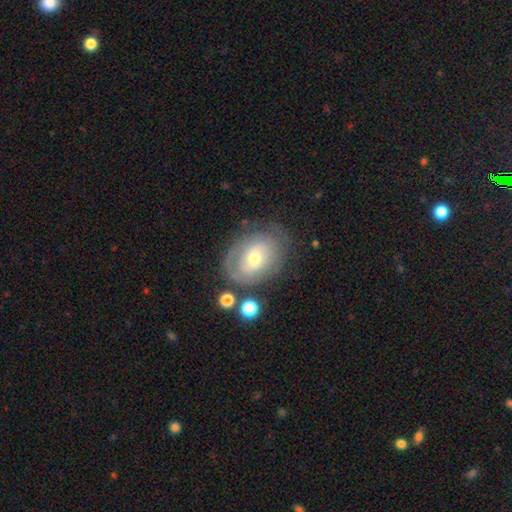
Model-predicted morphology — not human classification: Q: Smooth or featured?
A: featured or disk (60%); runner-up: smooth (27%)
Q: Edge-on disk?
A: no (94%); runner-up: yes (6%)
Q: Bar?
A: no (65%); runner-up: weak (27%)
Q: Spiral arms?
A: yes (68%); runner-up: no (32%)
Q: Bulge size?
A: moderate (56%); runner-up: small (38%)
Q: Merging?
A: none (73%); runner-up: minor disturbance (16%)